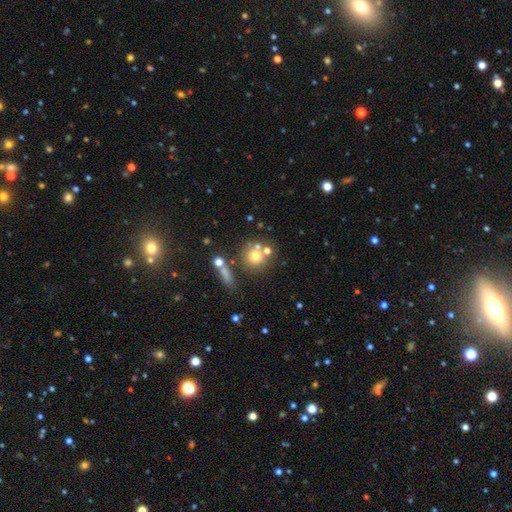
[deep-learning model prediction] Q: Smooth or featured?
A: smooth (65%); runner-up: featured or disk (20%)
Q: How rounded?
A: round (90%); runner-up: in between (9%)
Q: Merging?
A: none (61%); runner-up: merger (23%)